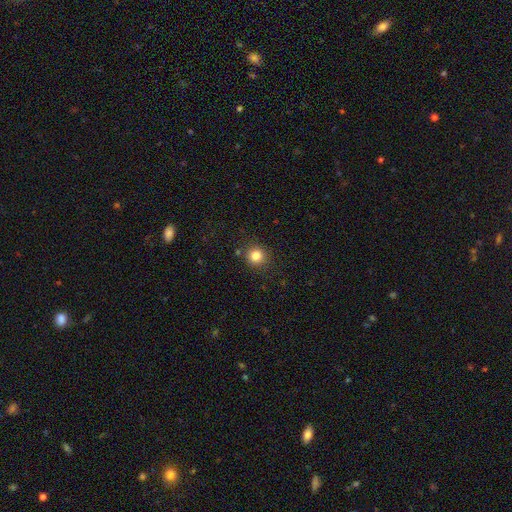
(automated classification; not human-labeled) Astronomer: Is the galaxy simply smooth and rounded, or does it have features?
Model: smooth — 82%.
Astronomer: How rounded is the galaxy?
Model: round — 92%.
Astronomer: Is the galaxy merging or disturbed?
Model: none — 88%.